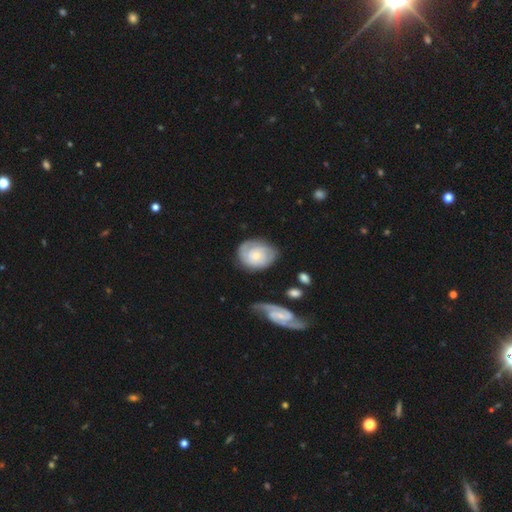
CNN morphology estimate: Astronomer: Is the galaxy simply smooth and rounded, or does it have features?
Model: featured or disk — 59% (runner-up: smooth, 35%).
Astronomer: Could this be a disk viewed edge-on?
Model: no — 96%.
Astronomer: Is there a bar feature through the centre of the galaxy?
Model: no — 78%.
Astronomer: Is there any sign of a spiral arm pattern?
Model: yes — 85%.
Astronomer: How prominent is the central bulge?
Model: small — 65%.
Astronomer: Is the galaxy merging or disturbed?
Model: none — 62%.